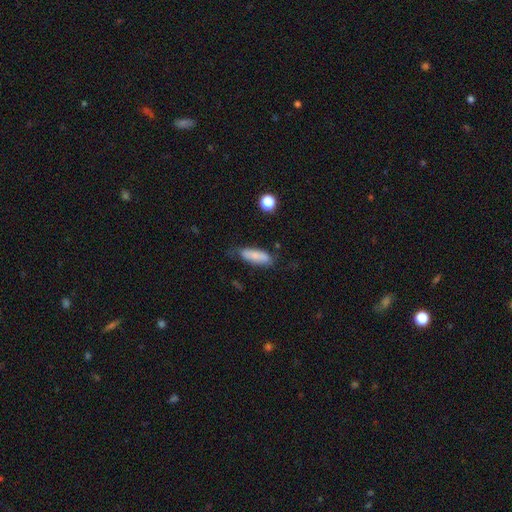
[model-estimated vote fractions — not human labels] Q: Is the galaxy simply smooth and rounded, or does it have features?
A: smooth — 78%.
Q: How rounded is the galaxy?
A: in between — 62%.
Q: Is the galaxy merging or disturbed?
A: none — 62%.